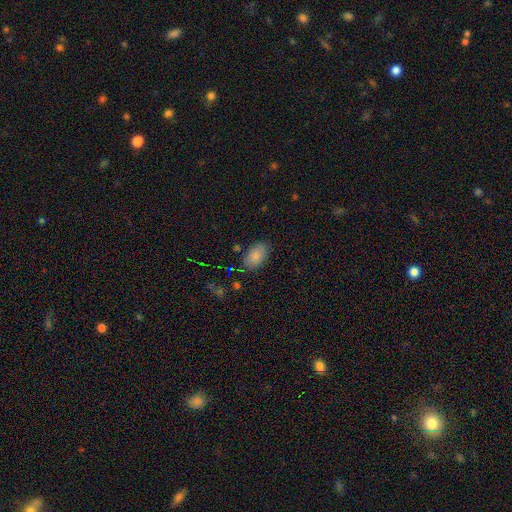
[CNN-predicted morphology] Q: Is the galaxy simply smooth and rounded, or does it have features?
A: smooth — 86%.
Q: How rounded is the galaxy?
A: in between — 93%.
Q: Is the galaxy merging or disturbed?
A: none — 81%.